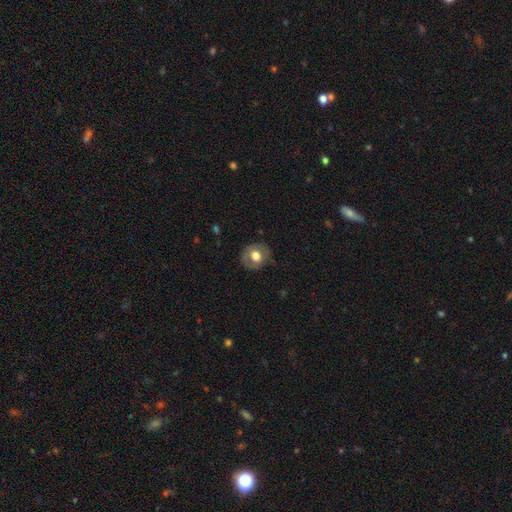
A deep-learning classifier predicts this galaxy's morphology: smooth_or_featured: smooth (p=0.58) [alt: featured or disk p=0.35]
how_rounded: round (p=0.79) [alt: in between p=0.20]
merging: none (p=0.73) [alt: minor disturbance p=0.19]